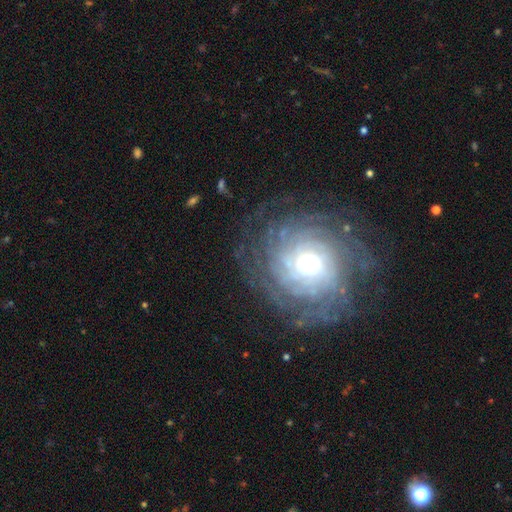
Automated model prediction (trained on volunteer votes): smooth_or_featured: featured or disk (p=0.71) [alt: smooth p=0.16]
disk_edge_on: no (p=0.96) [alt: yes p=0.04]
bar: no (p=0.69) [alt: weak p=0.23]
has_spiral_arms: yes (p=0.86) [alt: no p=0.14]
spiral_winding: tight (p=0.73) [alt: medium p=0.20]
spiral_arm_count: can't tell (p=0.44) [alt: more than 4 p=0.15]
bulge_size: moderate (p=0.57) [alt: large p=0.26]
merging: none (p=0.79) [alt: minor disturbance p=0.12]